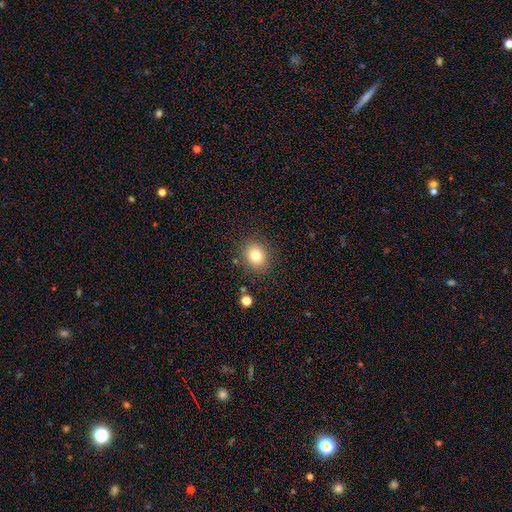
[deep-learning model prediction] smooth 80%, star or artifact 11%, featured or disk 8%. Down the decision tree: how rounded — round (64%); merging — none (85%).